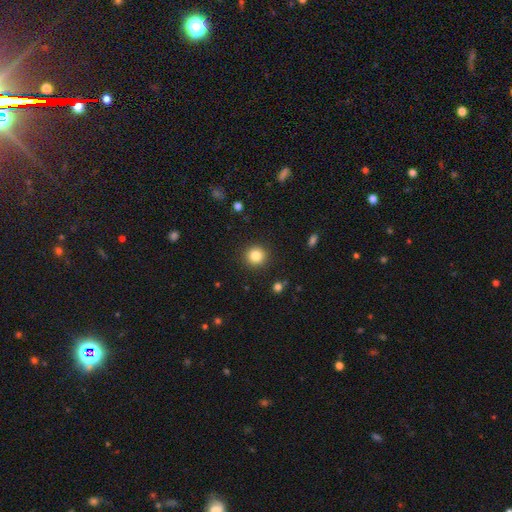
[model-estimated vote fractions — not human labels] Q: Smooth or featured?
A: smooth (84%); runner-up: star or artifact (11%)
Q: How rounded?
A: round (94%); runner-up: in between (5%)
Q: Merging?
A: none (92%); runner-up: minor disturbance (5%)